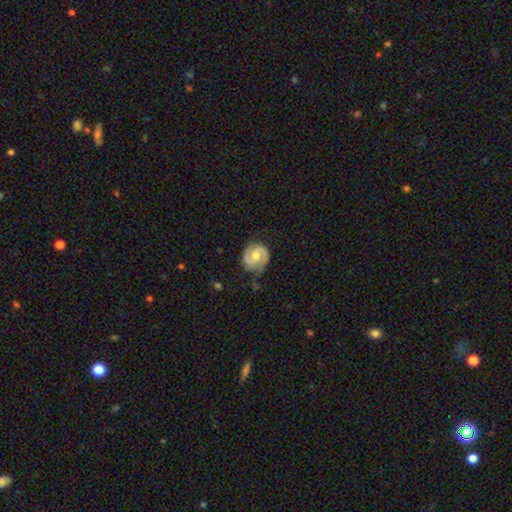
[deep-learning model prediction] Smooth or featured: featured or disk — 75% (smooth — 20%)
Edge-on disk: no — 98% (yes — 2%)
Bar: no — 53% (weak — 39%)
Spiral arms: yes — 92% (no — 8%)
Spiral winding: tight — 44% (medium — 43%)
Spiral arm count: 2 — 88% (can't tell — 6%)
Bulge size: moderate — 72% (small — 20%)
Merging: none — 74% (minor disturbance — 19%)